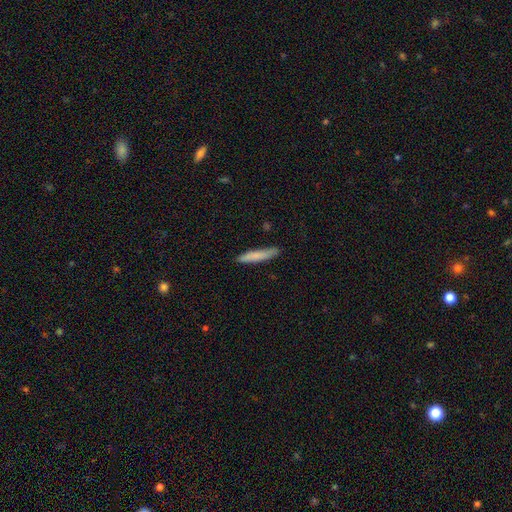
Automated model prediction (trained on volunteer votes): Morphology: type=smooth (79%); roundness=cigar-shaped (92%); merging=none (87%).